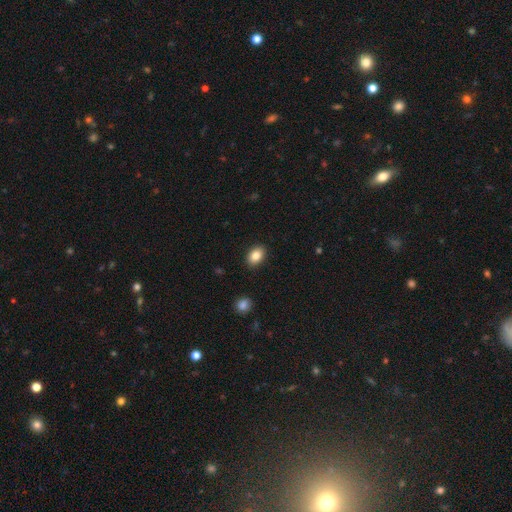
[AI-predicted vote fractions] smooth 86%, star or artifact 8%, featured or disk 6%. Down the decision tree: how rounded — in between (82%); merging — none (89%).